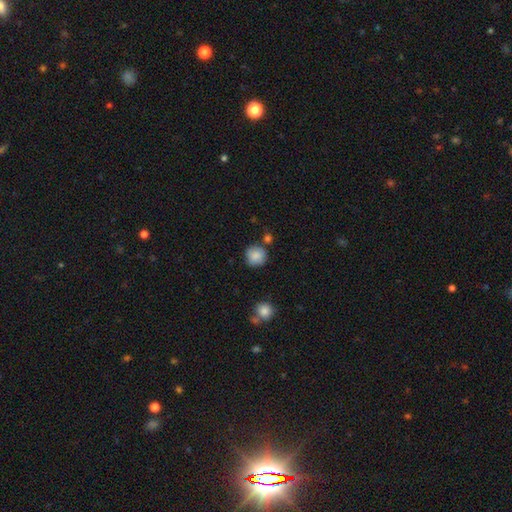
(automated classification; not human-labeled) This appears to be a smooth galaxy with no disk features (87%) that is round (92%). Merging: none (78%).